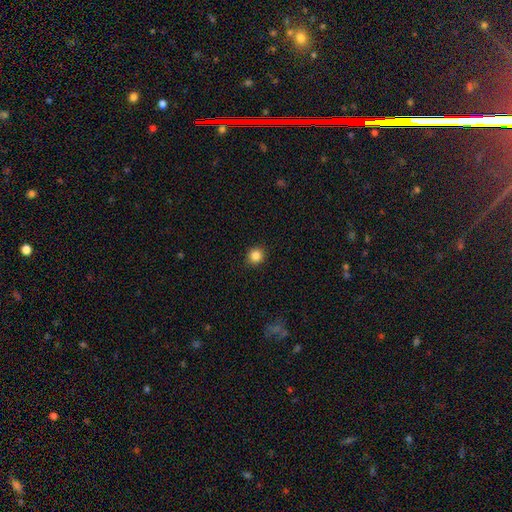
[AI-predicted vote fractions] This is clearly a smooth galaxy (85%). How rounded: clearly round (91%). Merging: clearly none (92%).